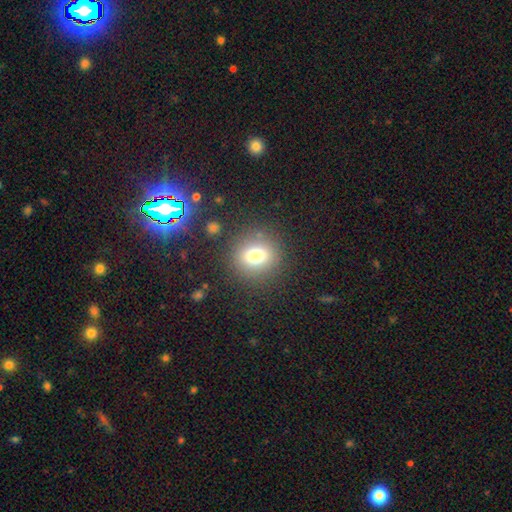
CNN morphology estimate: Smooth or featured? Predicted: smooth (p=0.74). How rounded? Predicted: round (p=0.82). Merging? Predicted: none (p=0.84).